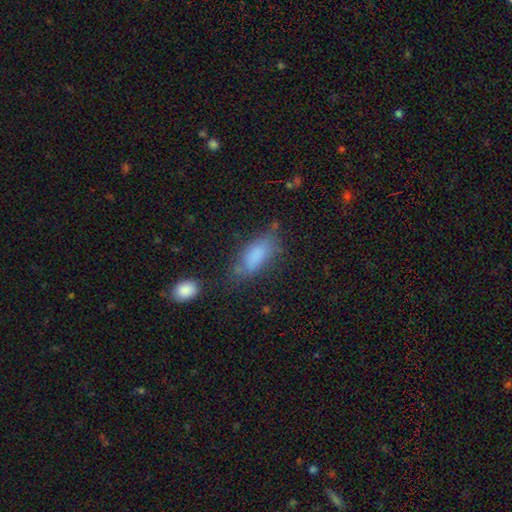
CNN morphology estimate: type=smooth (80%); roundness=in between (77%); merging=none (53%).